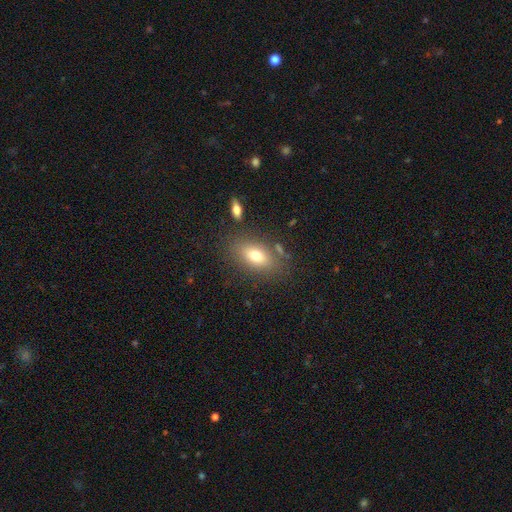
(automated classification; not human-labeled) Smooth or featured: smooth — 73% (featured or disk — 17%)
How rounded: in between — 84% (round — 11%)
Merging: none — 77% (minor disturbance — 13%)